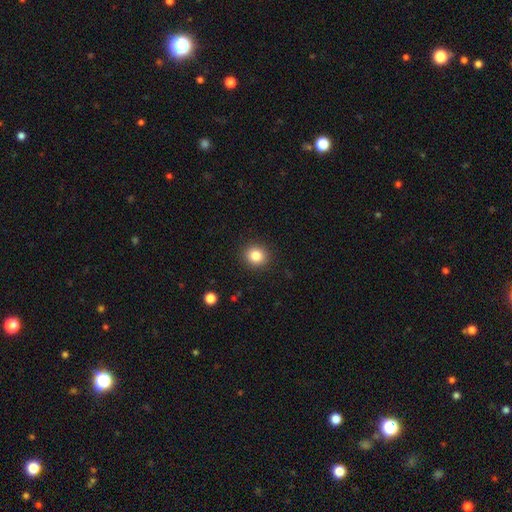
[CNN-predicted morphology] Smooth or featured?
  - smooth: 83% *
  - star or artifact: 11%
  - featured or disk: 6%
How rounded?
  - round: 86% *
  - in between: 13%
  - cigar-shaped: 1%
Merging?
  - none: 91% *
  - minor disturbance: 6%
  - major disturbance: 2%
  - merger: 1%